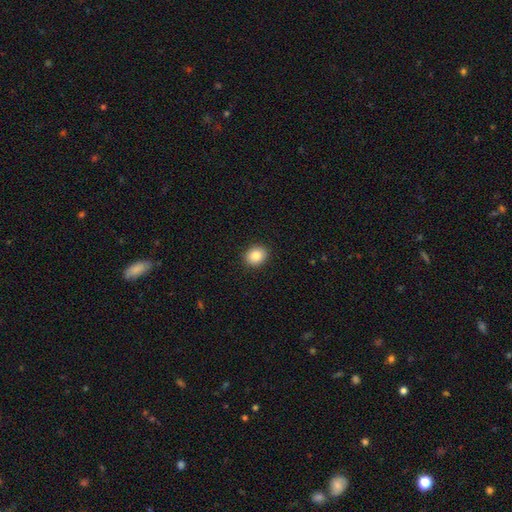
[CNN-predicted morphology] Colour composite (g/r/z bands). It shows a smooth galaxy with no disk features (86%) that is round (59%). Merging: none (91%).